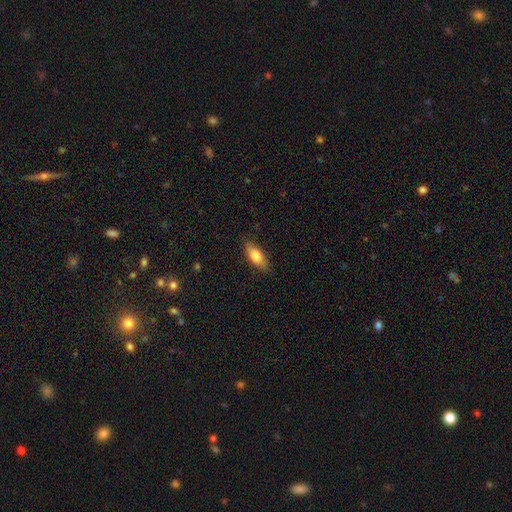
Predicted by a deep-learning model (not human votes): A smooth galaxy with no disk features (79%) that is in between round and cigar-shaped (74%). Merging: none (85%).